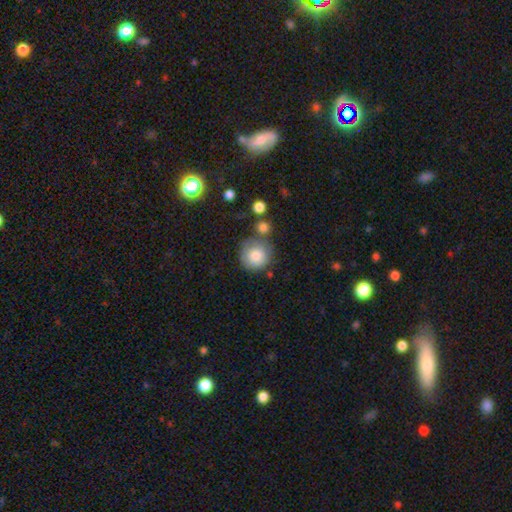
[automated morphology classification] Q: Smooth or featured?
A: smooth (82%); runner-up: featured or disk (10%)
Q: How rounded?
A: round (93%); runner-up: in between (6%)
Q: Merging?
A: none (65%); runner-up: minor disturbance (16%)